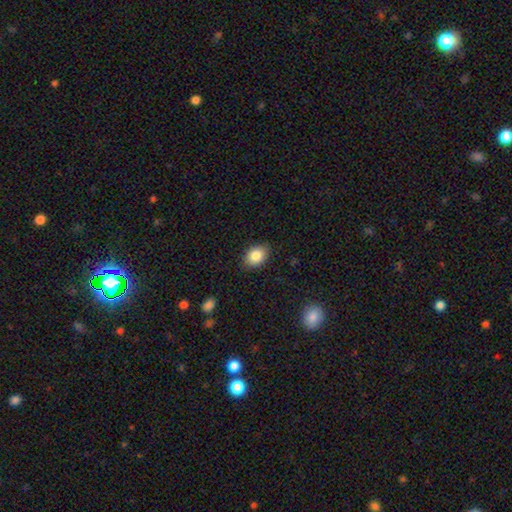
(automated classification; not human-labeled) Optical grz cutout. It shows a smooth galaxy with no disk features (85%) that is in between round and cigar-shaped (73%). Merging: none (85%).